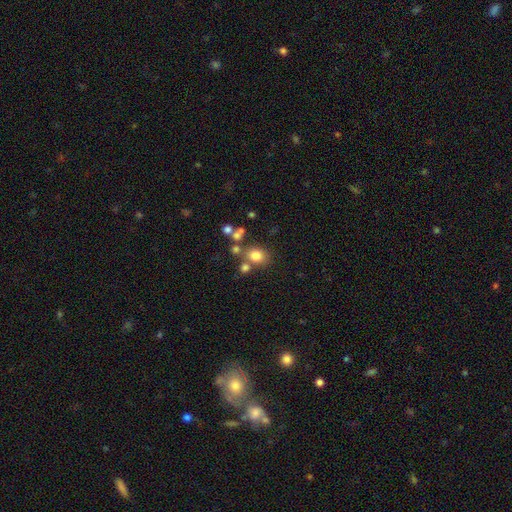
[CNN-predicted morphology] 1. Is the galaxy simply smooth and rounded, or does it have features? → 76% smooth, 14% star or artifact, 11% featured or disk.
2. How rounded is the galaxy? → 54% round, 45% in between, 1% cigar-shaped.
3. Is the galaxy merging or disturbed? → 61% none, 21% merger, 12% minor disturbance, 6% major disturbance.